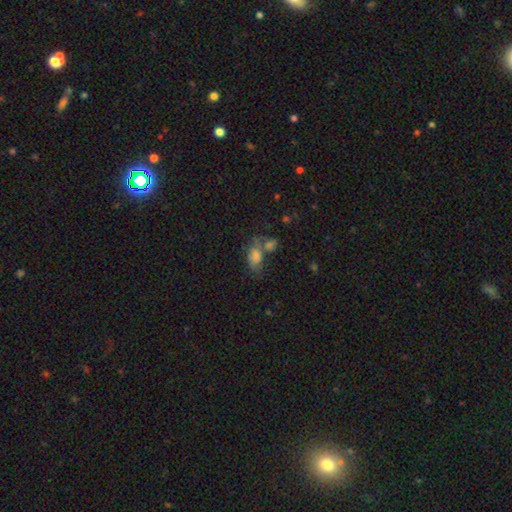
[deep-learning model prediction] Smooth or featured? Predicted: smooth (p=0.66). How rounded? Predicted: in between (p=0.83). Merging? Predicted: merger (p=0.37).